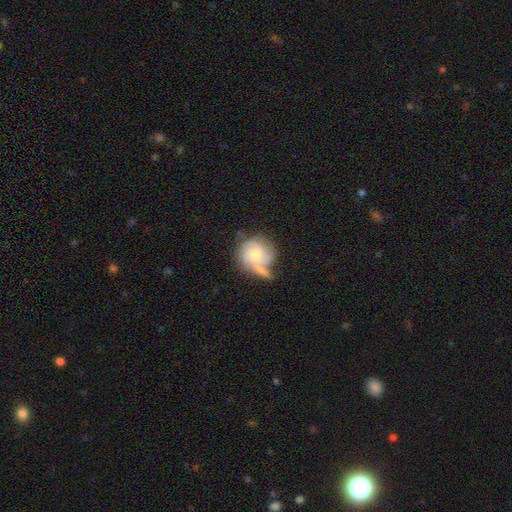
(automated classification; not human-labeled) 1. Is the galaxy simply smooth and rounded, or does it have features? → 56% featured or disk, 37% smooth, 7% star or artifact.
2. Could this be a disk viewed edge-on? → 97% no, 3% yes.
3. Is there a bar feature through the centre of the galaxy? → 79% no, 18% weak, 3% strong.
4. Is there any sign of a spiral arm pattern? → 80% yes, 20% no.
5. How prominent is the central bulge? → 51% small, 41% moderate, 4% none, 3% large, 1% dominant.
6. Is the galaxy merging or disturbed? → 38% none, 24% minor disturbance, 21% merger, 16% major disturbance.